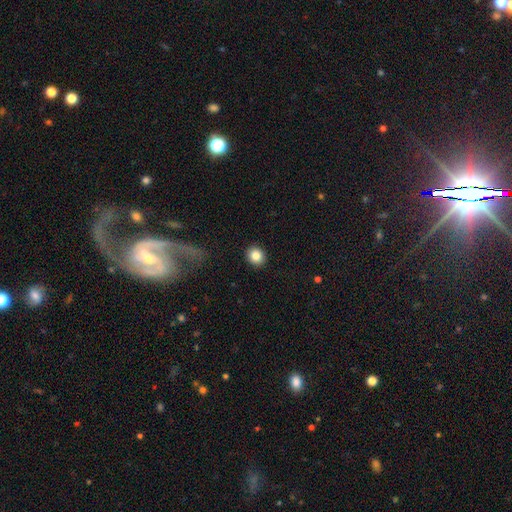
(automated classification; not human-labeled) smooth-or-featured: smooth: 83% | star or artifact: 10% | featured or disk: 7%
  how-rounded: round: 81% | in between: 18% | cigar-shaped: 1%
  merging: none: 91% | minor disturbance: 6% | major disturbance: 2% | merger: 1%